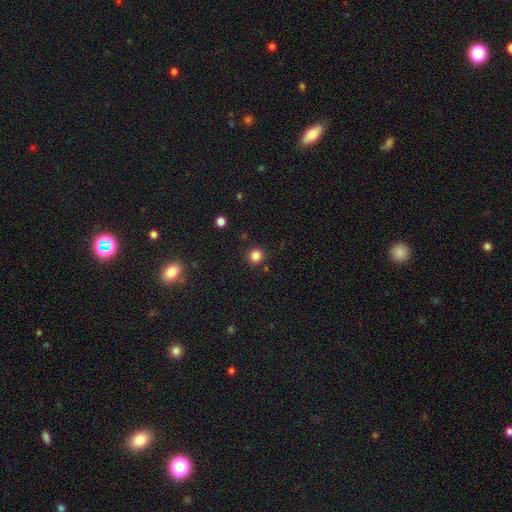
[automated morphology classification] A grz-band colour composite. It shows a smooth galaxy with no disk features (84%) that is round (93%). Merging: none (89%).